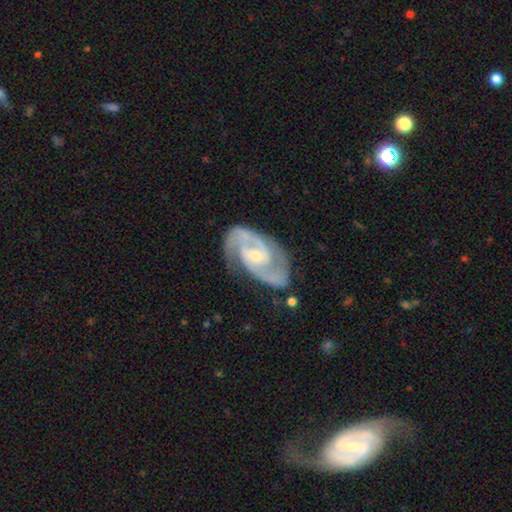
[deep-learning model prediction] This is clearly a featured or disk galaxy (91%). It is clearly not viewed edge-on (97%). Bar: marginally no (44%). Spiral arm pattern: clearly yes (98%). Spiral arm count: clearly 2 (89%). Spiral winding: possibly medium (53%). Central bulge: possibly small (53%). Merging: likely none (76%).